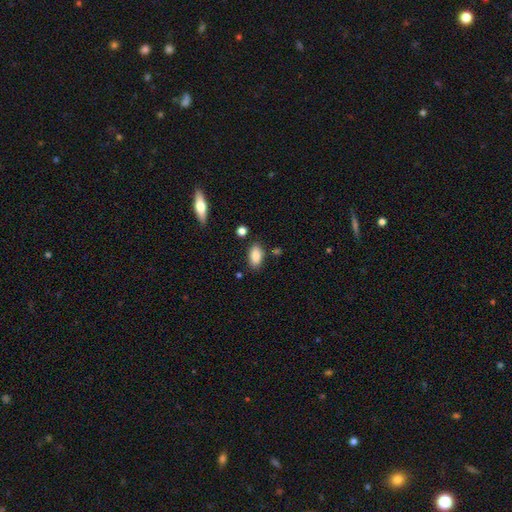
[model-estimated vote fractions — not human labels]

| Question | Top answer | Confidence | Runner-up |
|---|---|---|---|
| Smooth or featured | smooth | 87% | star or artifact (7%) |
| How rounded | in between | 92% | round (4%) |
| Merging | none | 82% | minor disturbance (12%) |